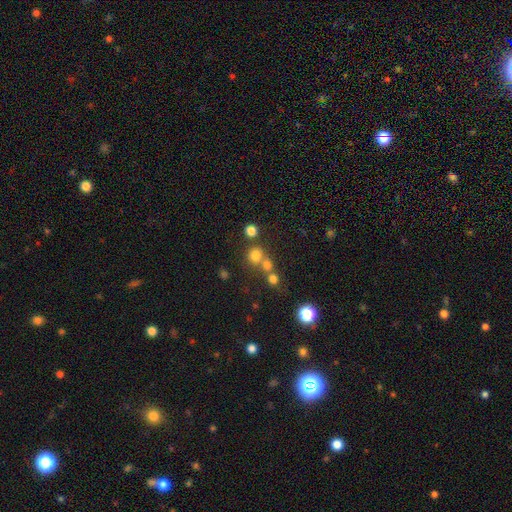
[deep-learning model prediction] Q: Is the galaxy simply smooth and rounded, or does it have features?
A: smooth — 72%.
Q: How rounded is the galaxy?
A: round — 90%.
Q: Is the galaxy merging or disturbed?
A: none — 60%.